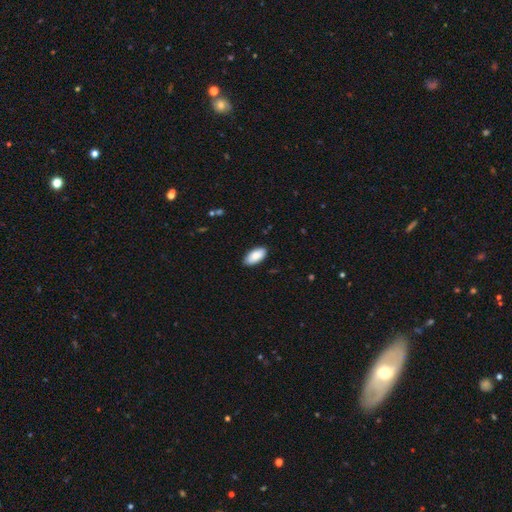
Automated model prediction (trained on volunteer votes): This appears to be a smooth galaxy with no disk features (87%) that is in between round and cigar-shaped (94%). Merging: none (88%).